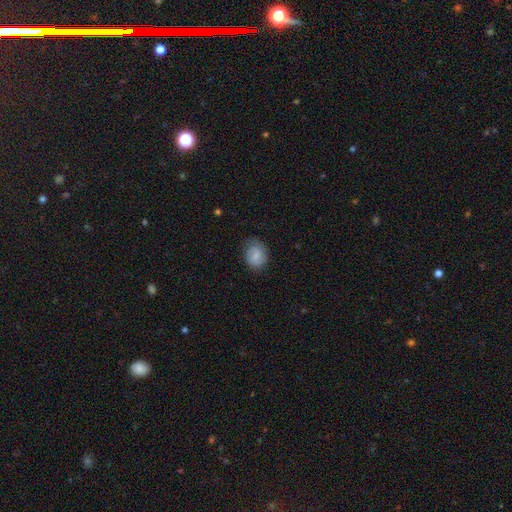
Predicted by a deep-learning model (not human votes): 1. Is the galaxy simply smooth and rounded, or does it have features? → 64% smooth, 29% featured or disk, 7% star or artifact.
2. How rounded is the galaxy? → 52% round, 46% in between, 1% cigar-shaped.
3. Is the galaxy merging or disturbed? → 68% none, 24% minor disturbance, 7% major disturbance, 1% merger.